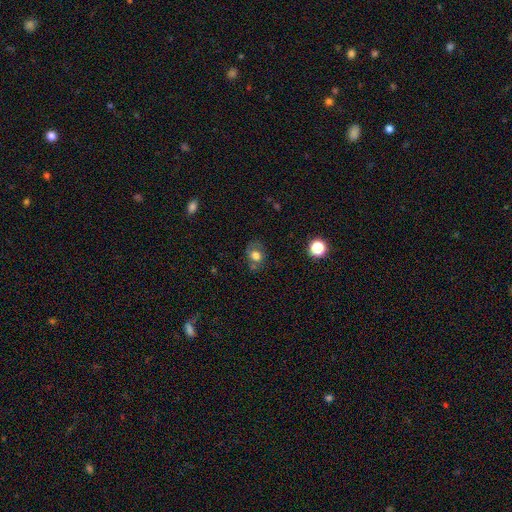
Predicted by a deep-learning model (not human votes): Morphology: type=smooth (67%); roundness=round (54%); merging=none (54%).